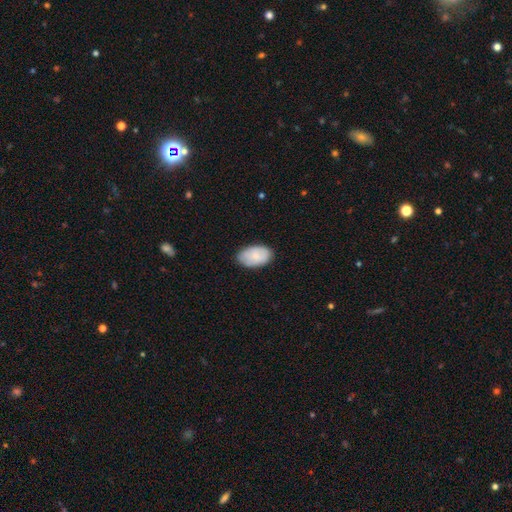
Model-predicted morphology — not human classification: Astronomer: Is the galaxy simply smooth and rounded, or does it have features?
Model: smooth — 75%.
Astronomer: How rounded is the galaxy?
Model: in between — 94%.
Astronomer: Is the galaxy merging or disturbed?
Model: none — 82%.